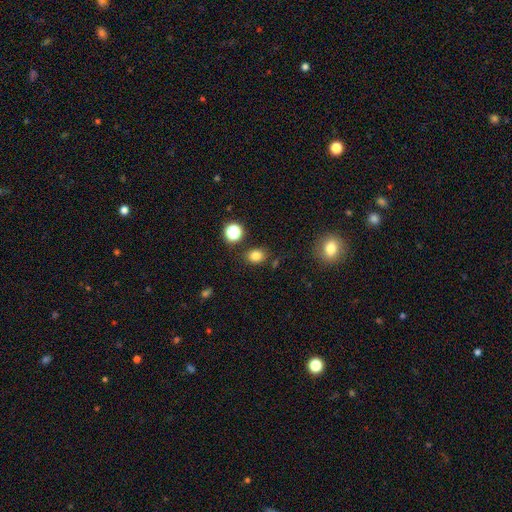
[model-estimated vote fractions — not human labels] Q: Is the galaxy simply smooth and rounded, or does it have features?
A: smooth — 80%.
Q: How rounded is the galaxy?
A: round — 50%.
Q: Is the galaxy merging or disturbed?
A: none — 81%.